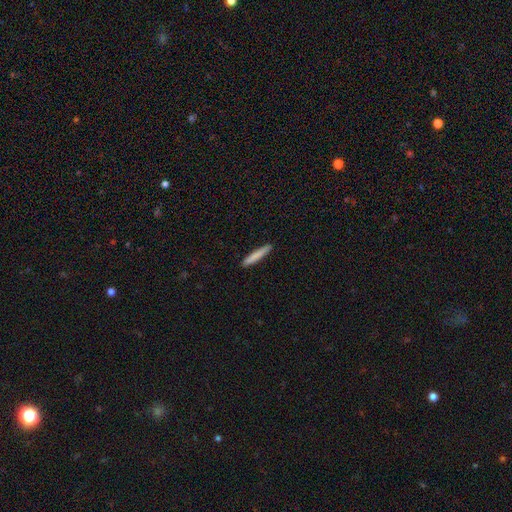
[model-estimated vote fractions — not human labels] Smooth or featured? Predicted: smooth (p=0.82). How rounded? Predicted: cigar-shaped (p=0.95). Merging? Predicted: none (p=0.92).